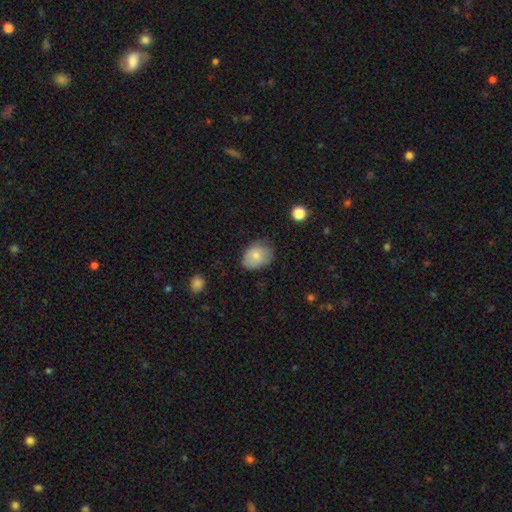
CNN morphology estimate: Smooth or featured: smooth — 75% (featured or disk — 17%)
How rounded: in between — 63% (round — 36%)
Merging: none — 63% (minor disturbance — 28%)